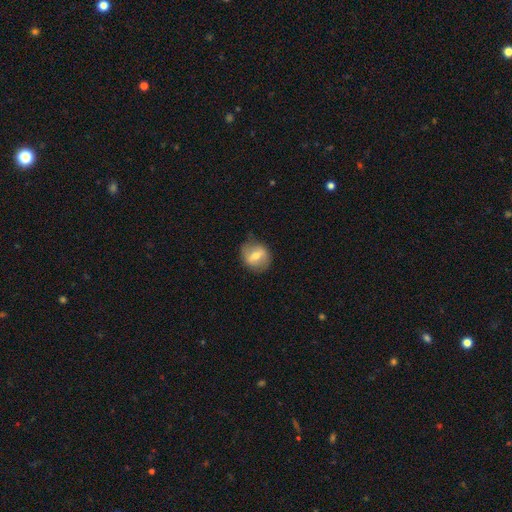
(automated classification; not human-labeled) smooth_or_featured: smooth (p=0.50) [alt: featured or disk p=0.42]
how_rounded: round (p=0.66) [alt: in between p=0.32]
merging: none (p=0.78) [alt: minor disturbance p=0.16]